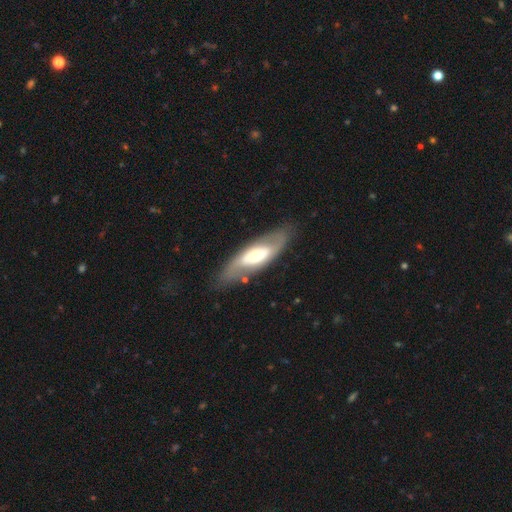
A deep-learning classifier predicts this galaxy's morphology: This is likely a featured or disk galaxy (62%). It is clearly not viewed edge-on (80%). Bar: possibly no (52%). Spiral arm pattern: possibly yes (53%). Central bulge: likely moderate (60%). Merging: likely none (77%).